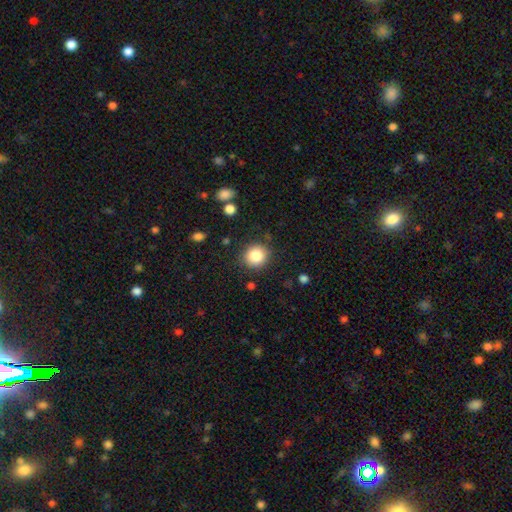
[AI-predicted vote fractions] smooth_or_featured: smooth (p=0.84) [alt: star or artifact p=0.10]
how_rounded: round (p=0.86) [alt: in between p=0.13]
merging: none (p=0.86) [alt: minor disturbance p=0.09]